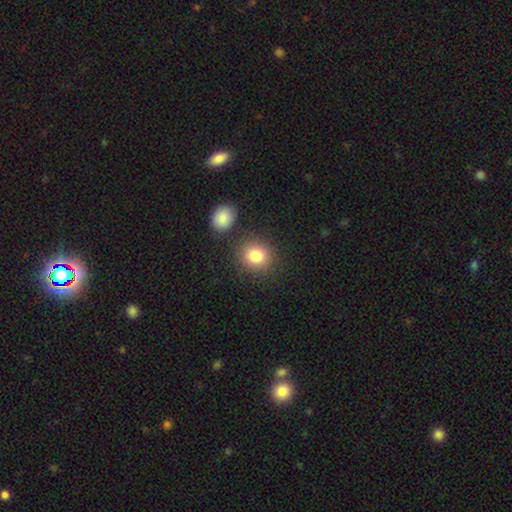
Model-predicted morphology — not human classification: Smooth or featured? Predicted: smooth (p=0.83). How rounded? Predicted: round (p=0.82). Merging? Predicted: none (p=0.81).